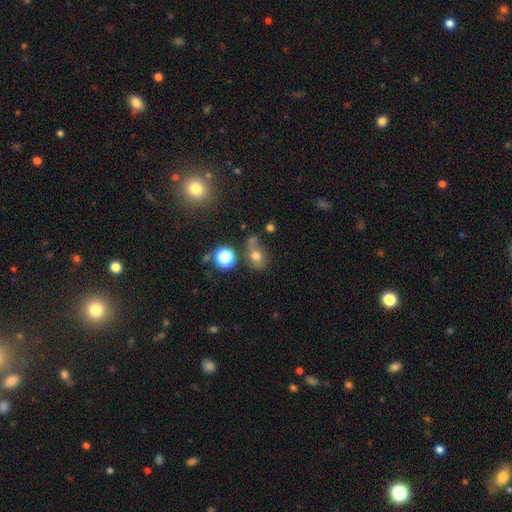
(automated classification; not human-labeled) Smooth or featured?
  - smooth: 66% *
  - star or artifact: 19%
  - featured or disk: 15%
How rounded?
  - in between: 53% *
  - round: 44%
  - cigar-shaped: 3%
Merging?
  - none: 45% *
  - minor disturbance: 23%
  - merger: 19%
  - major disturbance: 13%